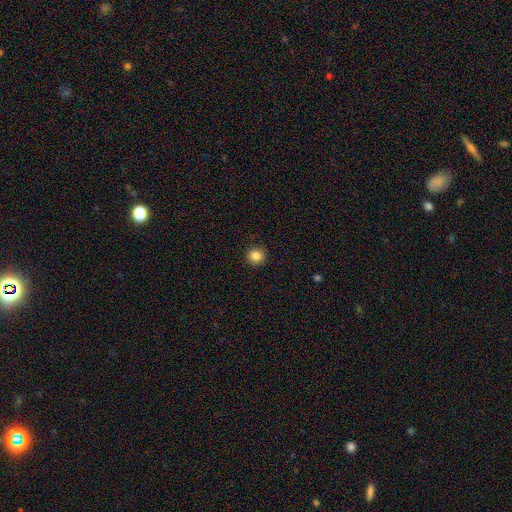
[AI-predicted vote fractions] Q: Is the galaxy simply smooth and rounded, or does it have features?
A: smooth — 85%.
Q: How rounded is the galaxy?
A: round — 93%.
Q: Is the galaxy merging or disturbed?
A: none — 91%.